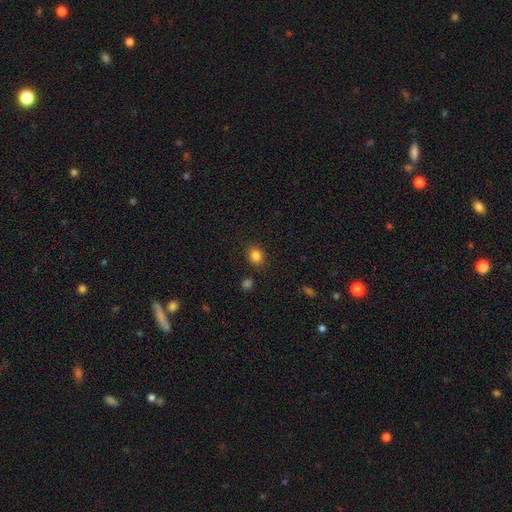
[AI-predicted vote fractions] A smooth galaxy with no disk features (84%) that is round (56%). Merging: none (83%).